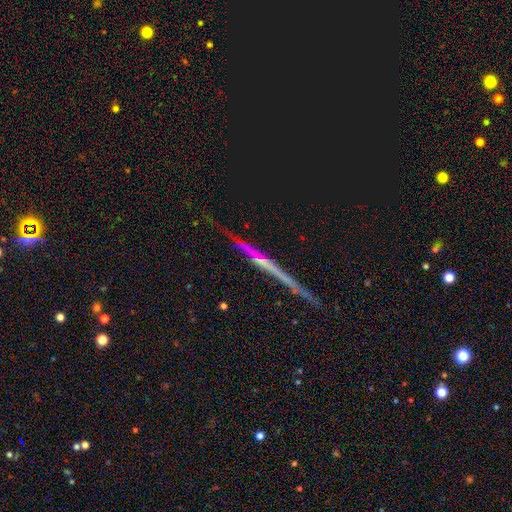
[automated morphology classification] A featured or disk galaxy (65%) viewed edge-on (96%) with no central bulge (63%).

Vote fractions:
- Smooth or featured? featured or disk: 65% / smooth: 19% / star or artifact: 16%
- Edge-on disk? yes: 96% / no: 4%
- Edge-on bulge? none: 63% / rounded: 28% / boxy: 9%
- Merging? none: 85% / minor disturbance: 11% / major disturbance: 2% / merger: 2%